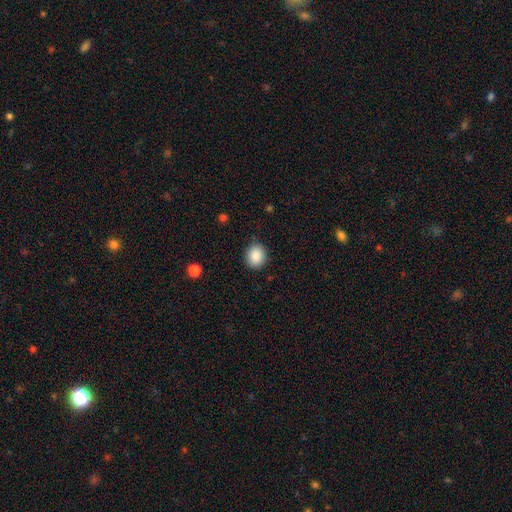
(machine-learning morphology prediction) smooth-or-featured: smooth: 88% | star or artifact: 8% | featured or disk: 3%
  how-rounded: round: 70% | in between: 29% | cigar-shaped: 1%
  merging: none: 86% | minor disturbance: 10% | major disturbance: 3% | merger: 1%